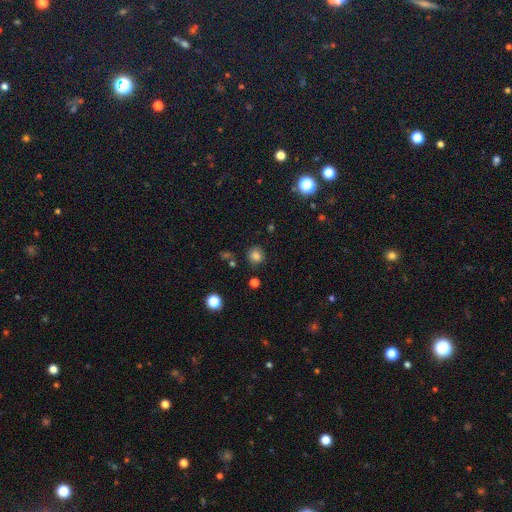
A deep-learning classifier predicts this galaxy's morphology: Smooth or featured?
  - smooth: 80% *
  - star or artifact: 15%
  - featured or disk: 5%
How rounded?
  - round: 86% *
  - in between: 13%
  - cigar-shaped: 1%
Merging?
  - none: 84% *
  - minor disturbance: 10%
  - major disturbance: 3%
  - merger: 3%